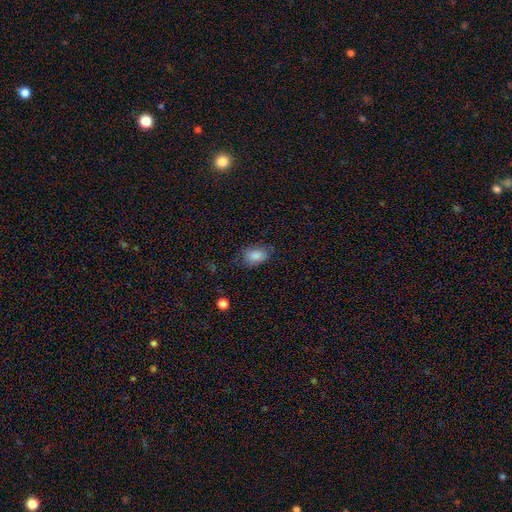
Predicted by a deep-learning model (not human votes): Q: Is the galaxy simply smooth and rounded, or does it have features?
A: smooth — 85%.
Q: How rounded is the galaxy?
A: in between — 85%.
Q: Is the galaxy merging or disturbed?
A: none — 74%.